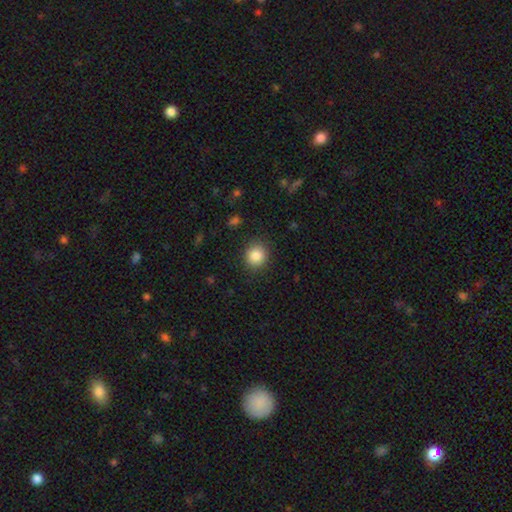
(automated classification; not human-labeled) A smooth galaxy with no disk features (85%) that is round (86%).

Vote fractions:
- Smooth or featured? smooth: 85% / star or artifact: 10% / featured or disk: 5%
- How rounded? round: 86% / in between: 13% / cigar-shaped: 1%
- Merging? none: 88% / minor disturbance: 8% / major disturbance: 3% / merger: 1%